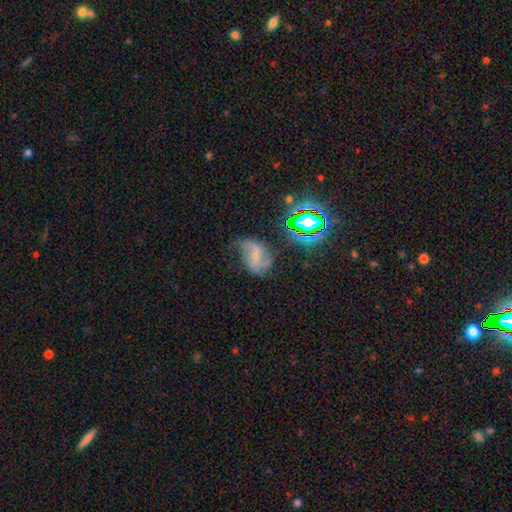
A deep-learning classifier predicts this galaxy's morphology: Q: Smooth or featured?
A: featured or disk (67%); runner-up: smooth (19%)
Q: Edge-on disk?
A: no (97%); runner-up: yes (3%)
Q: Bar?
A: weak (44%); runner-up: strong (33%)
Q: Spiral arms?
A: yes (87%); runner-up: no (13%)
Q: Spiral winding?
A: loose (63%); runner-up: medium (28%)
Q: Spiral arm count?
A: 2 (83%); runner-up: can't tell (8%)
Q: Bulge size?
A: small (57%); runner-up: none (21%)
Q: Merging?
A: none (48%); runner-up: minor disturbance (28%)